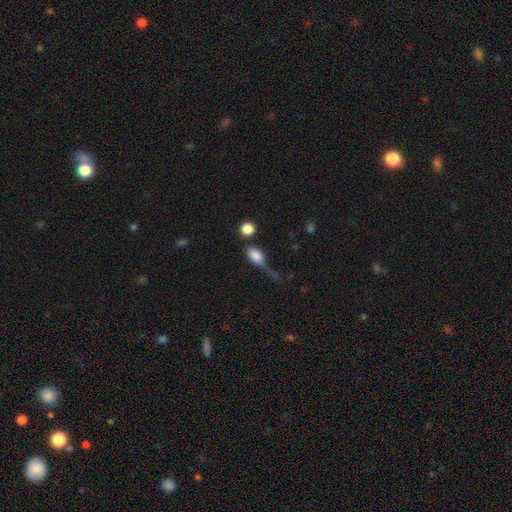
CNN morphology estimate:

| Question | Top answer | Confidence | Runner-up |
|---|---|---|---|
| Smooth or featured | smooth | 78% | featured or disk (13%) |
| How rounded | in between | 74% | round (19%) |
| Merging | none | 30% | tied: major disturbance (30%) |